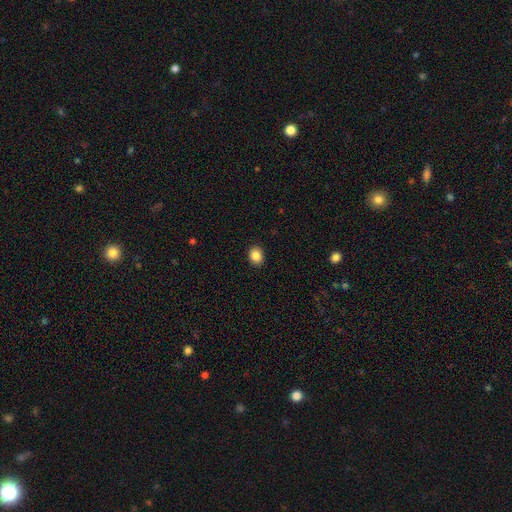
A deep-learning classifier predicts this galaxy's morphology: smooth-or-featured: smooth: 87% | star or artifact: 9% | featured or disk: 4%
  how-rounded: round: 50% | in between: 49% | cigar-shaped: 1%
  merging: none: 91% | minor disturbance: 6% | major disturbance: 2% | merger: 1%